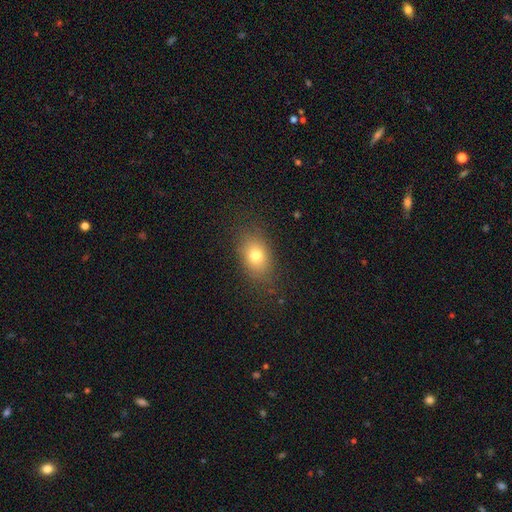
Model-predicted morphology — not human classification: Overall: smooth (76%). How rounded: in between (73%). Merging: none (82%).